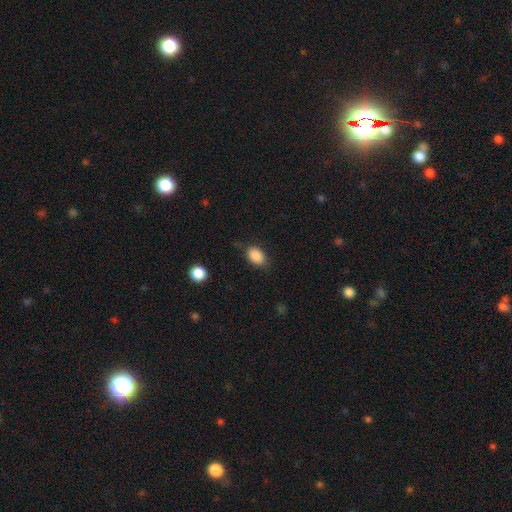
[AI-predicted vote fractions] Smooth or featured? smooth (87%)
How rounded? in between (78%)
Merging? none (76%)